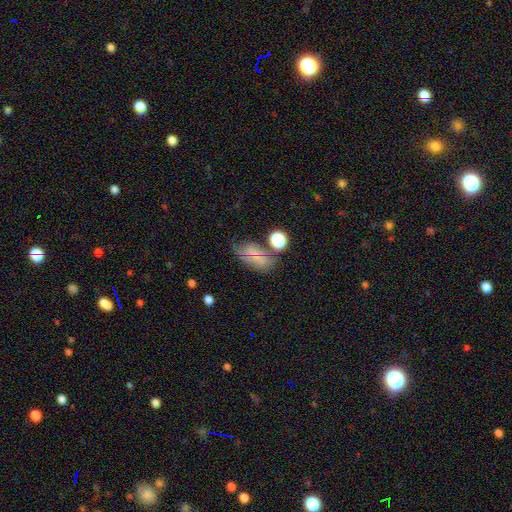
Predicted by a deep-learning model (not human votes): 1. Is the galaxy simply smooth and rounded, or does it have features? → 54% smooth, 29% featured or disk, 17% star or artifact.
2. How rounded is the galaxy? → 81% in between, 14% round, 5% cigar-shaped.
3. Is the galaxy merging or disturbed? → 47% none, 25% minor disturbance, 16% major disturbance, 13% merger.